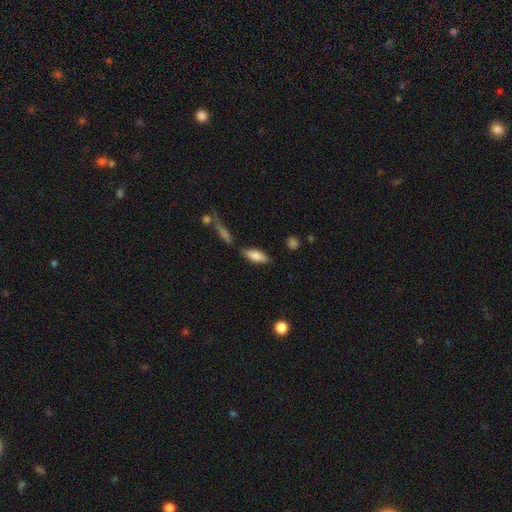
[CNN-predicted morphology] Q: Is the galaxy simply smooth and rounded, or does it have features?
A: smooth — 81%.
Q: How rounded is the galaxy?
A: in between — 72%.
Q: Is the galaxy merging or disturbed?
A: none — 77%.